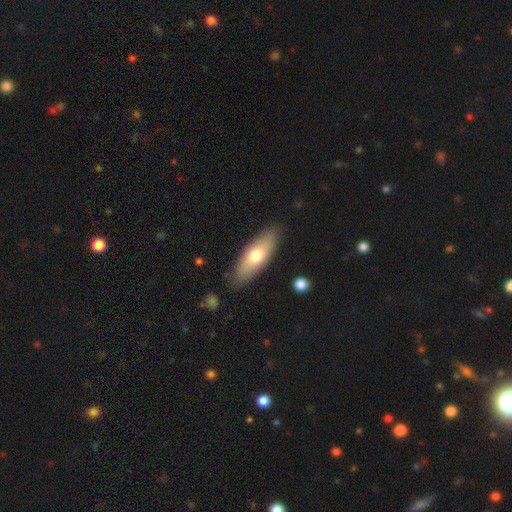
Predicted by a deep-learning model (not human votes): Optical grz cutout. It shows a smooth galaxy with no disk features (65%) that is in between round and cigar-shaped (64%). Merging: none (86%).